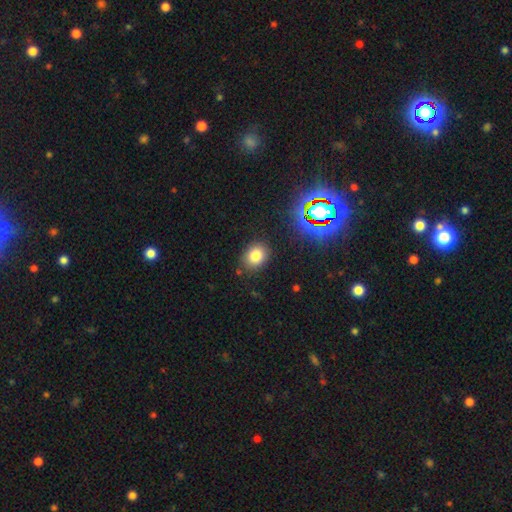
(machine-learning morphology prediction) This appears to be a smooth galaxy with no disk features (78%) that is round (51%). Merging: none (83%).